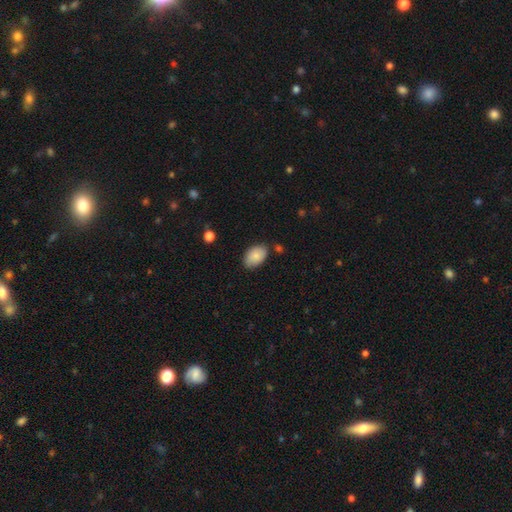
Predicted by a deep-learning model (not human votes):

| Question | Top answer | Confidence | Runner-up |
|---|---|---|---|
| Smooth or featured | smooth | 85% | featured or disk (8%) |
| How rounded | in between | 89% | round (10%) |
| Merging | none | 75% | minor disturbance (18%) |